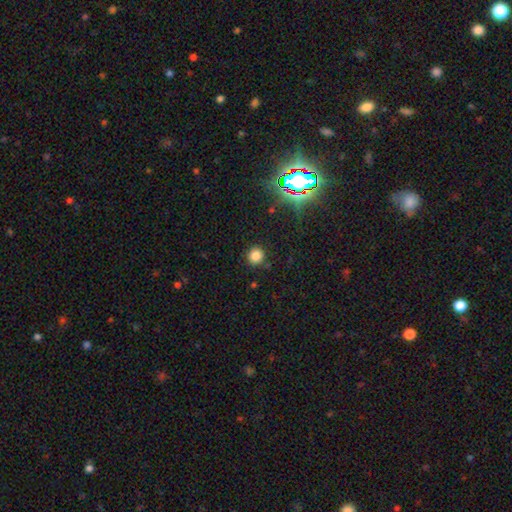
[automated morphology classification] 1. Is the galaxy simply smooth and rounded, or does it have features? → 81% smooth, 15% star or artifact, 5% featured or disk.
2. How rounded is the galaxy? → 91% round, 8% in between, 1% cigar-shaped.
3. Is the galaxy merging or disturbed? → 88% none, 8% minor disturbance, 3% major disturbance, 2% merger.